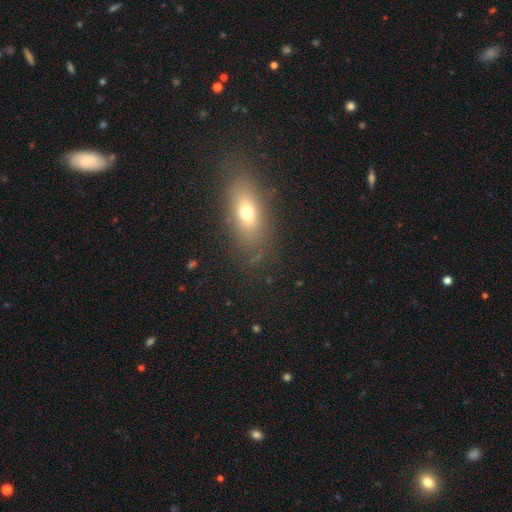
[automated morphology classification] type=smooth (59%); roundness=in between (71%); merging=none (85%).